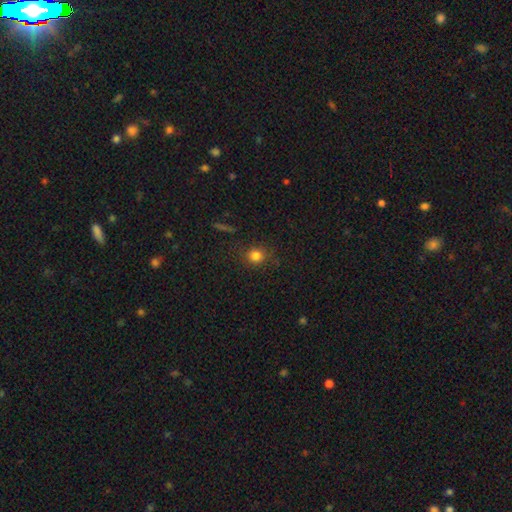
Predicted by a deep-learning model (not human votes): A smooth galaxy with no disk features (80%) that is round (86%).

Vote fractions:
- Smooth or featured? smooth: 80% / star or artifact: 13% / featured or disk: 6%
- How rounded? round: 86% / in between: 12% / cigar-shaped: 1%
- Merging? none: 82% / minor disturbance: 12% / major disturbance: 4% / merger: 2%